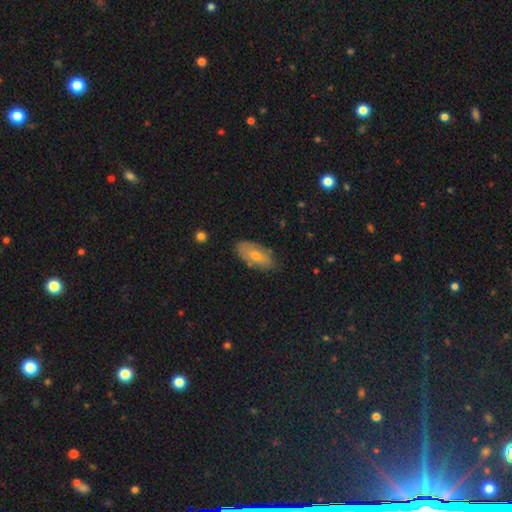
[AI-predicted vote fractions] Smooth or featured? Predicted: smooth (p=0.54). How rounded? Predicted: in between (p=0.89). Merging? Predicted: none (p=0.79).